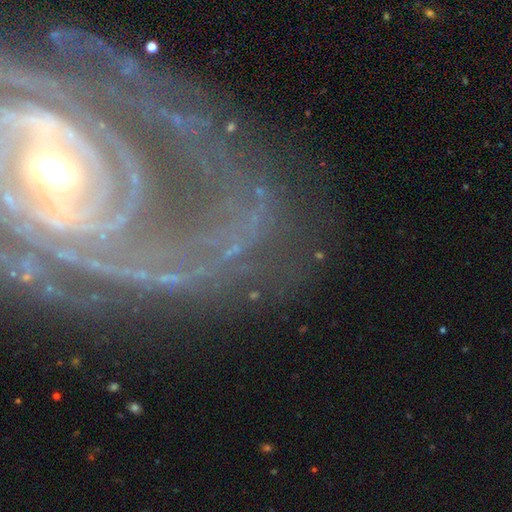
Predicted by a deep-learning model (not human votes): Smooth or featured?
  - featured or disk: 85% *
  - star or artifact: 8%
  - smooth: 6%
Edge-on disk?
  - no: 94% *
  - yes: 6%
Bar?
  - no: 46% *
  - strong: 27%
  - weak: 27%
Spiral arms?
  - yes: 90% *
  - no: 10%
Spiral winding?
  - tight: 72% *
  - medium: 21%
  - loose: 7%
Spiral arm count?
  - can't tell: 30% *
  - 2: 23%
  - 3: 15%
  - more than 4: 11%
  - 4: 11%
  - 1: 9%
Bulge size?
  - moderate: 58% *
  - small: 30%
  - large: 9%
  - dominant: 2%
  - none: 2%
Merging?
  - none: 70% *
  - minor disturbance: 15%
  - major disturbance: 13%
  - merger: 3%